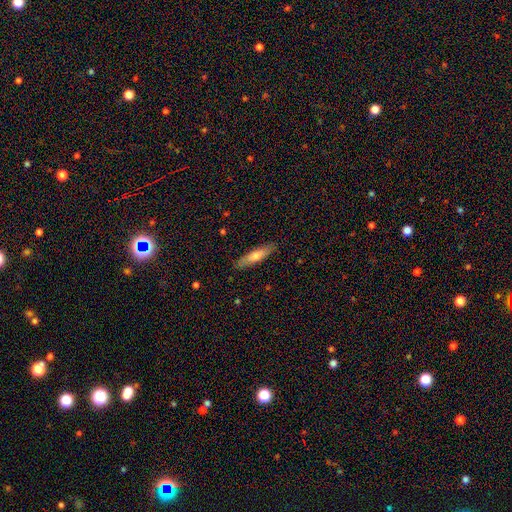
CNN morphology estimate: A smooth galaxy with no disk features (67%) that is cigar-shaped (74%).

Vote fractions:
- Smooth or featured? smooth: 67% / featured or disk: 27% / star or artifact: 6%
- How rounded? cigar-shaped: 74% / in between: 25% / round: 2%
- Merging? none: 87% / minor disturbance: 10% / major disturbance: 2% / merger: 1%